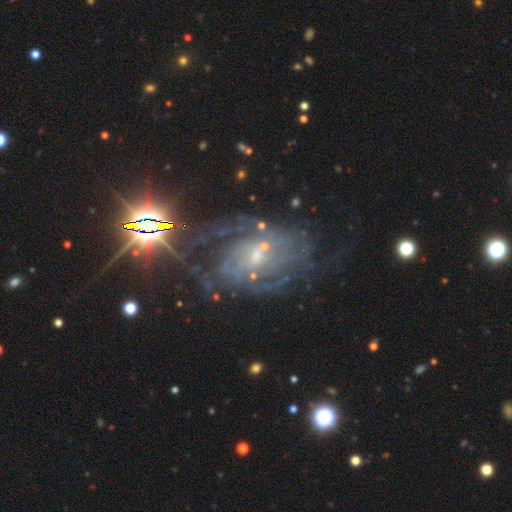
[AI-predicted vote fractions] Smooth or featured: featured or disk — 78% (star or artifact — 14%)
Edge-on disk: no — 97% (yes — 3%)
Bar: no — 47% (weak — 42%)
Spiral arms: yes — 86% (no — 14%)
Spiral winding: tight — 45% (medium — 39%)
Spiral arm count: can't tell — 47% (2 — 21%)
Bulge size: small — 60% (moderate — 27%)
Merging: none — 54% (major disturbance — 21%)